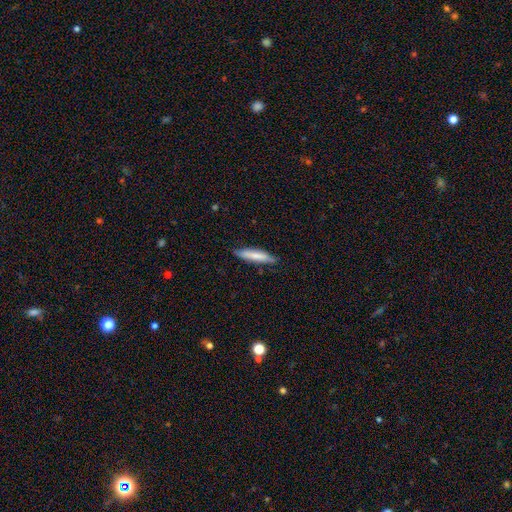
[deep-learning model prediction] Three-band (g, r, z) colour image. It shows a smooth galaxy with no disk features (72%) that is cigar-shaped (84%). Merging: none (82%).